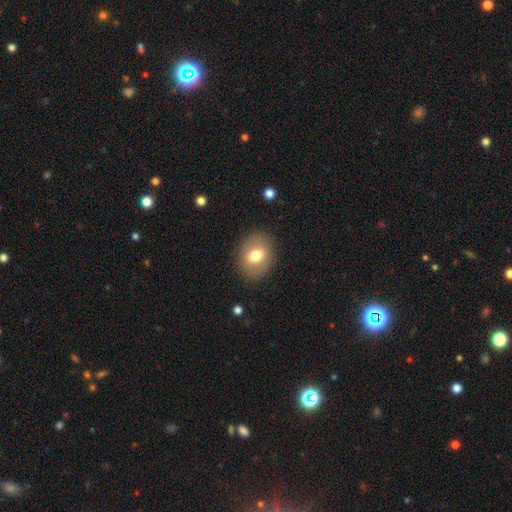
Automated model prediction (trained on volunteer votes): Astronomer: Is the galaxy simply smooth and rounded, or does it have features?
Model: smooth — 71%.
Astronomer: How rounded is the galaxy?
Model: in between — 57% (runner-up: round, 42%).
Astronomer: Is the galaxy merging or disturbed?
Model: none — 85%.